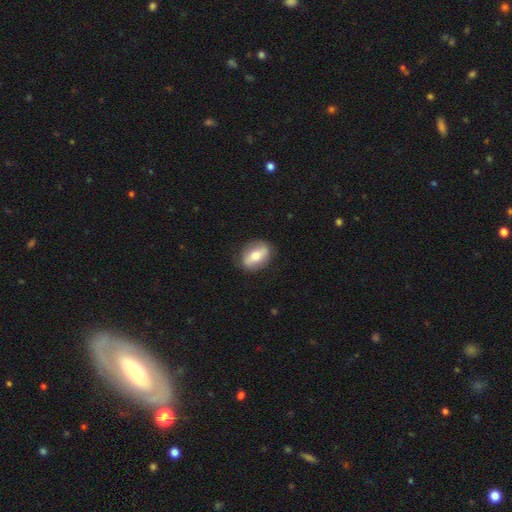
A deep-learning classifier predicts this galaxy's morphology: A smooth galaxy with no disk features (56%) that is in between round and cigar-shaped (81%). Merging: none (85%).